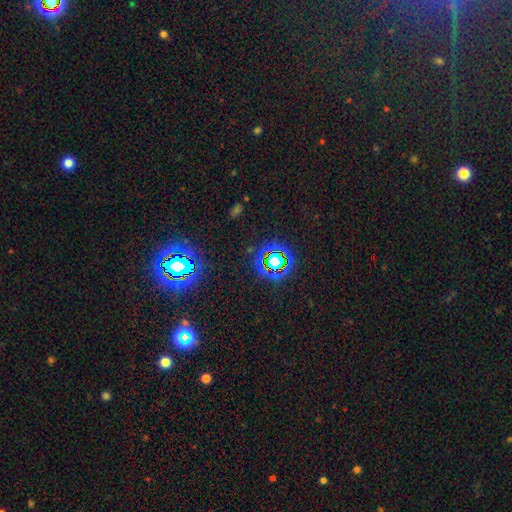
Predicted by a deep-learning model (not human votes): smooth_or_featured: star or artifact (p=0.75) [alt: smooth p=0.17]